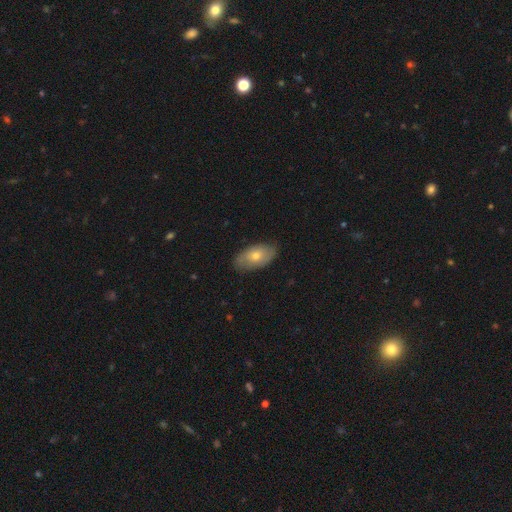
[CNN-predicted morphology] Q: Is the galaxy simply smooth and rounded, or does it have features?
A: smooth — 66%.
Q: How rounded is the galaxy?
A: in between — 93%.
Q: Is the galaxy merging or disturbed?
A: none — 81%.